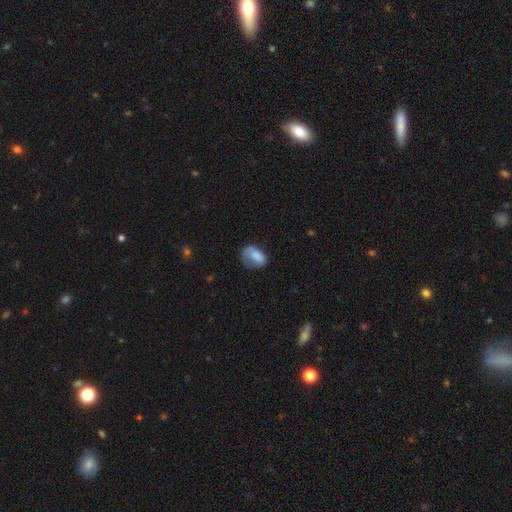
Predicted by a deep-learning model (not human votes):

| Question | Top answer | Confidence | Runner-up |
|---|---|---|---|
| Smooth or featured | smooth | 77% | featured or disk (15%) |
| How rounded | in between | 83% | round (14%) |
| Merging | none | 40% | minor disturbance (33%) |